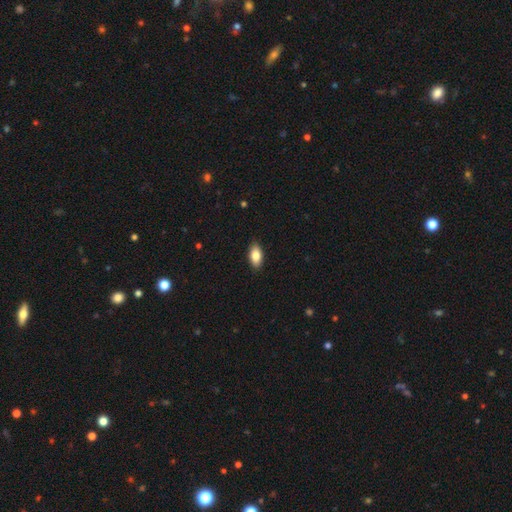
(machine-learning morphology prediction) The model was most divided on "smooth or featured": smooth: 84%, featured or disk: 9%, star or artifact: 7%. More confident: how rounded — in between (92%); merging — none (89%).